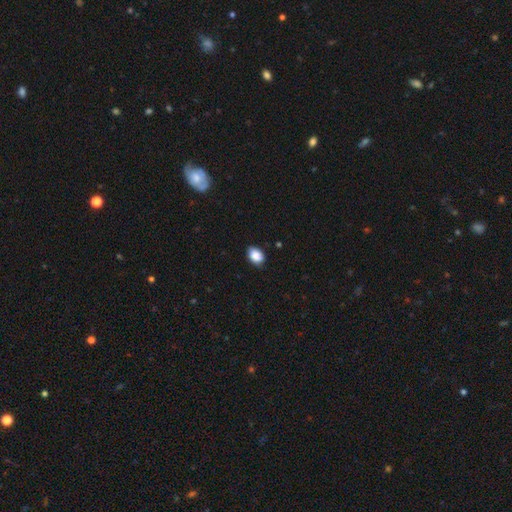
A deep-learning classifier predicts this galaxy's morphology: This is clearly a smooth galaxy (89%). How rounded: likely in between (79%). Merging: clearly none (83%).